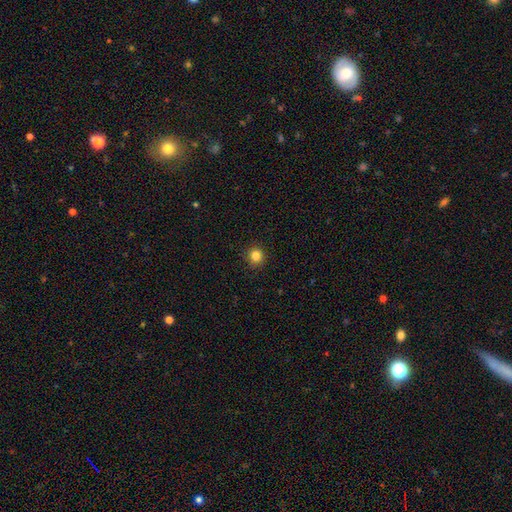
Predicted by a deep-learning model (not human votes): Morphology: type=smooth (83%); roundness=round (92%); merging=none (90%).